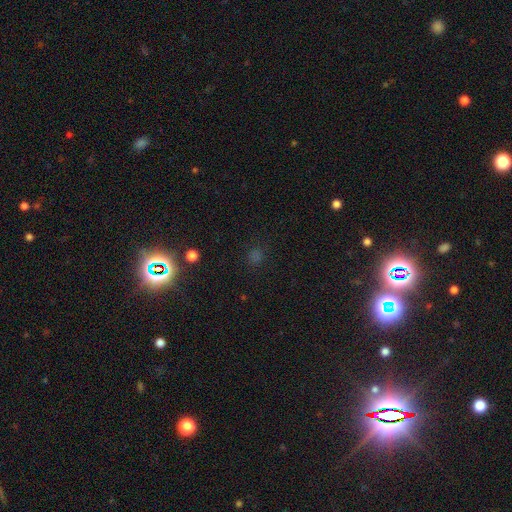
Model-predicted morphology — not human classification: Q: Smooth or featured?
A: star or artifact (58%); runner-up: smooth (35%)